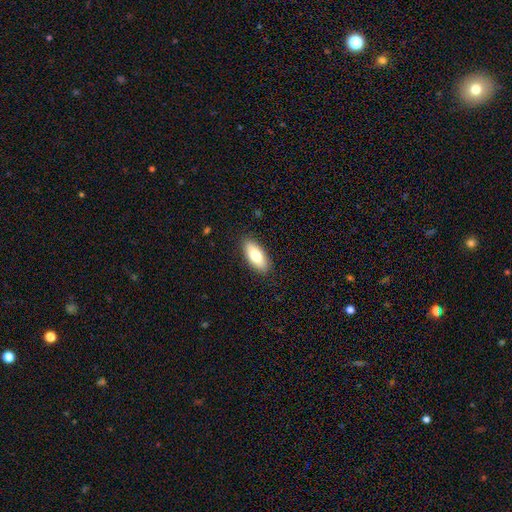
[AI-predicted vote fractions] Overall: smooth (76%). How rounded: in between (82%). Merging: none (88%).